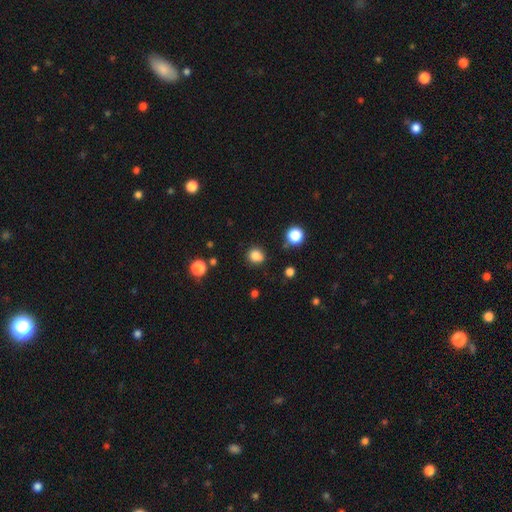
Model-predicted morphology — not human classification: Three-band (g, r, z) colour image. It shows a smooth galaxy with no disk features (83%) that is round (85%). Merging: none (81%).